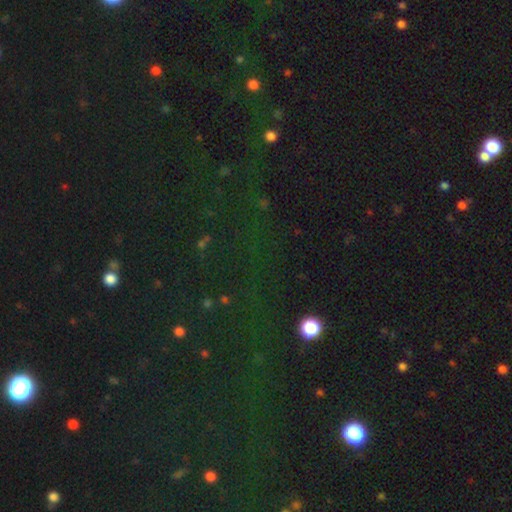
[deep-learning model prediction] smooth-or-featured: star or artifact: 73% | smooth: 19% | featured or disk: 8%